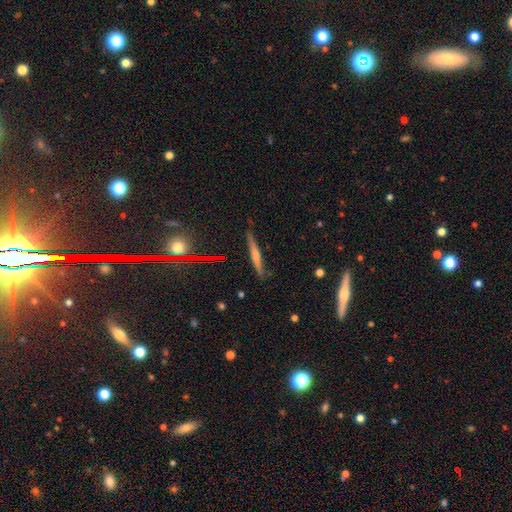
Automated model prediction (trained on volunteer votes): The model was most divided on "smooth or featured": featured or disk: 46%, smooth: 43%, star or artifact: 11%. More confident: merging — none (82%).